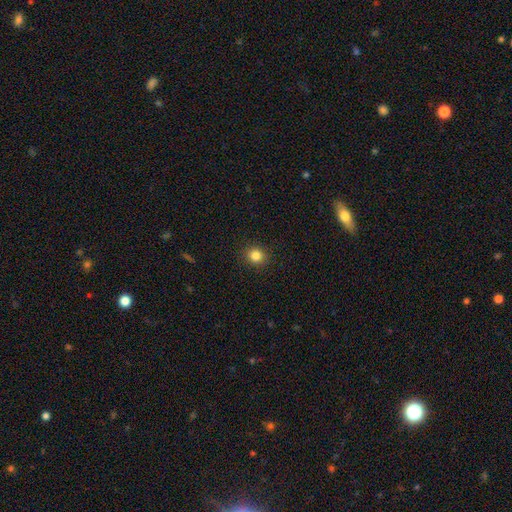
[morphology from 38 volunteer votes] smooth 87%, star or artifact 11%, featured or disk 3%. Down the decision tree: how rounded — round (85%); merging — none (97%).